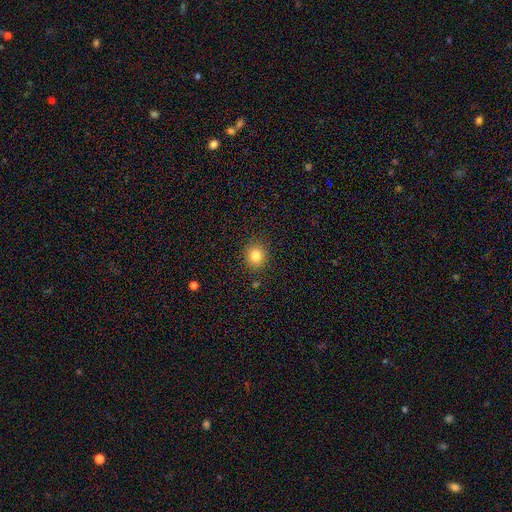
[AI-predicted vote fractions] smooth 82%, star or artifact 11%, featured or disk 7%. Down the decision tree: how rounded — round (80%); merging — none (88%).